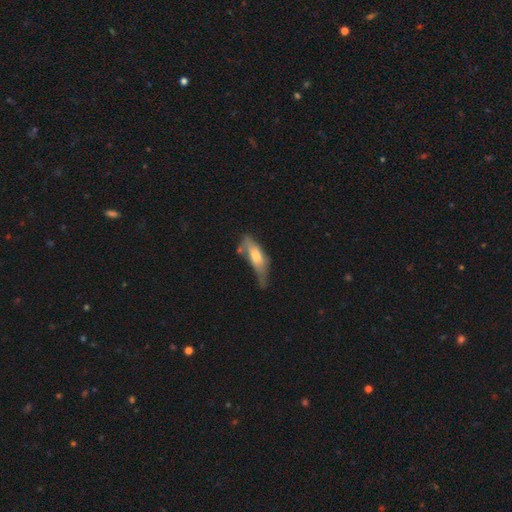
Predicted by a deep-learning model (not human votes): Morphology: type=smooth (58%); roundness=in between (54%); merging=minor disturbance (35%).